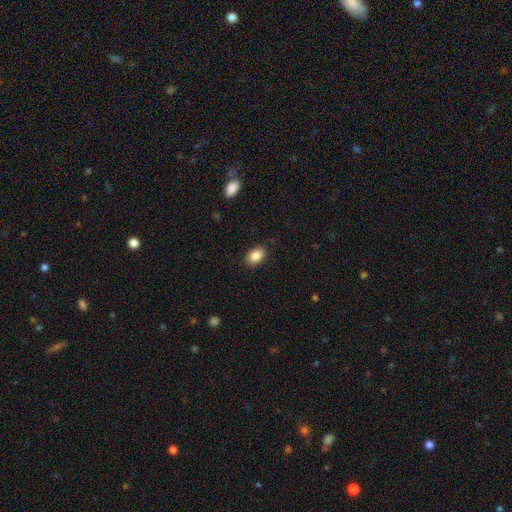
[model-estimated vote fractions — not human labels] Q: Smooth or featured?
A: smooth (87%); runner-up: star or artifact (8%)
Q: How rounded?
A: in between (82%); runner-up: round (16%)
Q: Merging?
A: none (87%); runner-up: minor disturbance (10%)